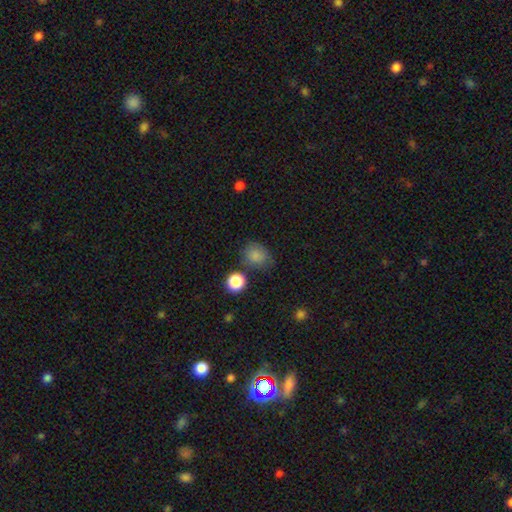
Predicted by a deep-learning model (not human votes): Smooth or featured? Predicted: smooth (p=0.83). How rounded? Predicted: round (p=0.59). Merging? Predicted: none (p=0.66).